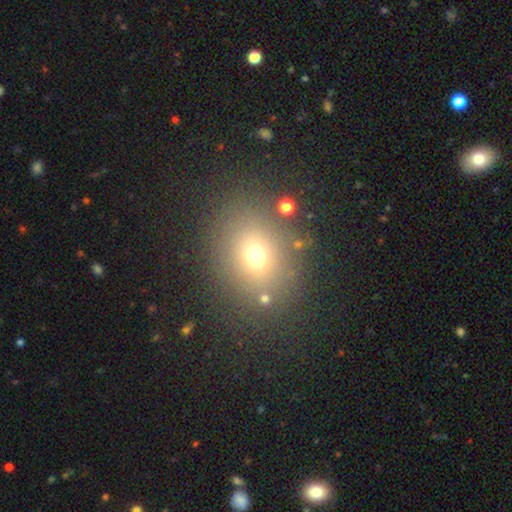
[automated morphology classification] A smooth galaxy with no disk features (68%) that is round (52%).

Vote fractions:
- Smooth or featured? smooth: 68% / star or artifact: 20% / featured or disk: 12%
- How rounded? round: 52% / in between: 47% / cigar-shaped: 1%
- Merging? none: 81% / minor disturbance: 10% / major disturbance: 5% / merger: 4%